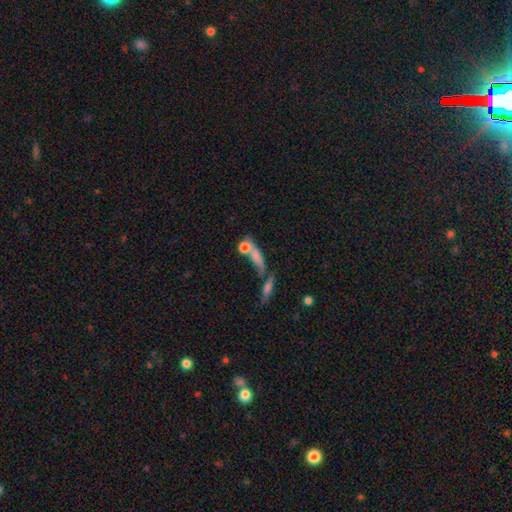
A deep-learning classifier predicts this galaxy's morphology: smooth 68%, featured or disk 20%, star or artifact 12%. Down the decision tree: how rounded — in between (40%); merging — merger (41%).